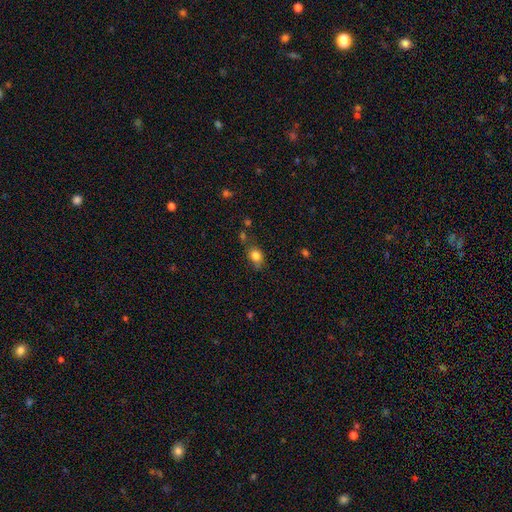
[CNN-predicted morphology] Smooth or featured?
  - smooth: 81% *
  - star or artifact: 11%
  - featured or disk: 8%
How rounded?
  - in between: 54% *
  - round: 45%
  - cigar-shaped: 2%
Merging?
  - none: 64% *
  - minor disturbance: 23%
  - merger: 7%
  - major disturbance: 6%